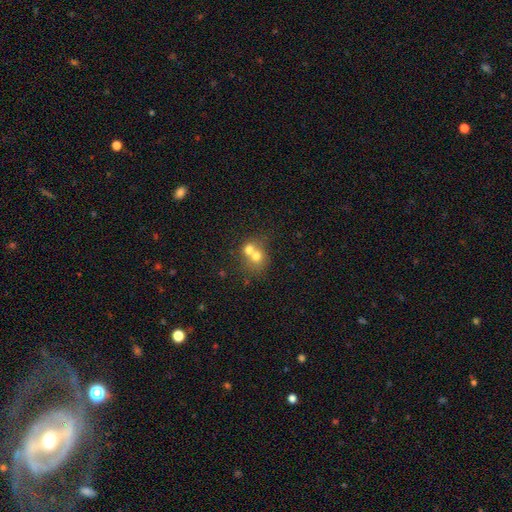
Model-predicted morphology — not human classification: type=smooth (67%); roundness=round (73%); merging=merger (66%).